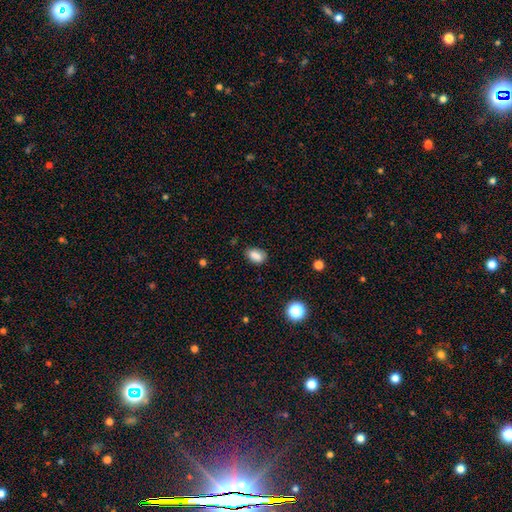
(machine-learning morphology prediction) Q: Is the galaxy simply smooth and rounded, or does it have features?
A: smooth — 85%.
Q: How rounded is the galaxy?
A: in between — 86%.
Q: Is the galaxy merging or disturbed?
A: none — 78%.